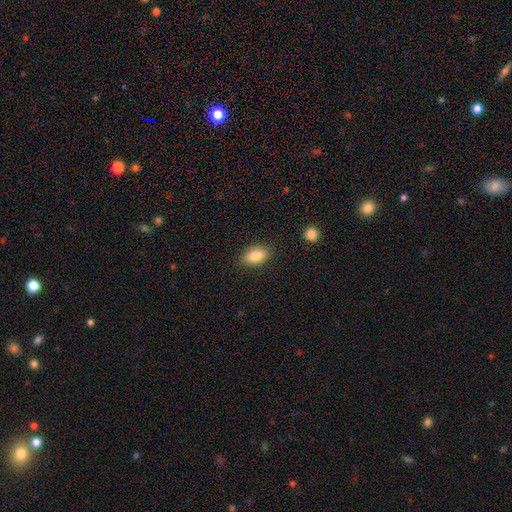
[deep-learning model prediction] This is clearly a smooth galaxy (86%). How rounded: clearly in between (89%). Merging: clearly none (85%).